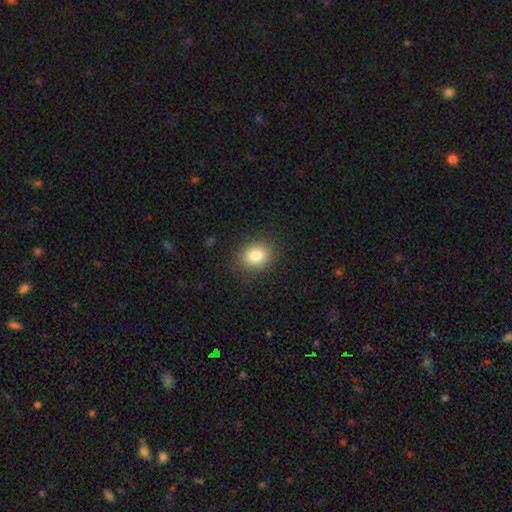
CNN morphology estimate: This is clearly a smooth galaxy (83%). How rounded: possibly in between (56%). Merging: clearly none (85%).